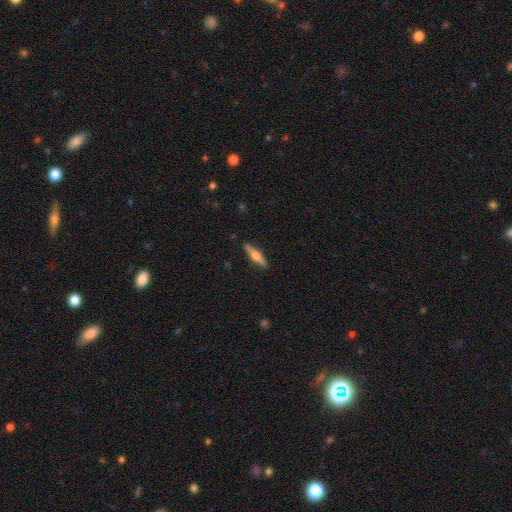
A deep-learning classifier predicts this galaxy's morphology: Smooth or featured?
  - featured or disk: 56% *
  - smooth: 39%
  - star or artifact: 6%
Edge-on disk?
  - yes: 96% *
  - no: 4%
Edge-on bulge?
  - rounded: 90% *
  - boxy: 7%
  - none: 3%
Merging?
  - none: 89% *
  - minor disturbance: 8%
  - major disturbance: 2%
  - merger: 1%